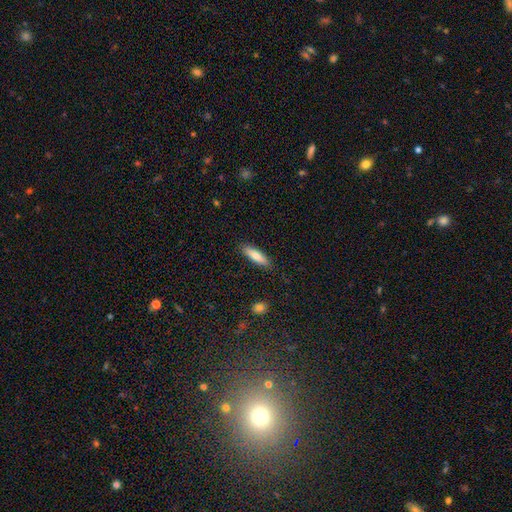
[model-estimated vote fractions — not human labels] Smooth or featured?
  - smooth: 78% *
  - featured or disk: 17%
  - star or artifact: 6%
How rounded?
  - cigar-shaped: 69% *
  - in between: 29%
  - round: 2%
Merging?
  - none: 88% *
  - minor disturbance: 9%
  - major disturbance: 2%
  - merger: 1%